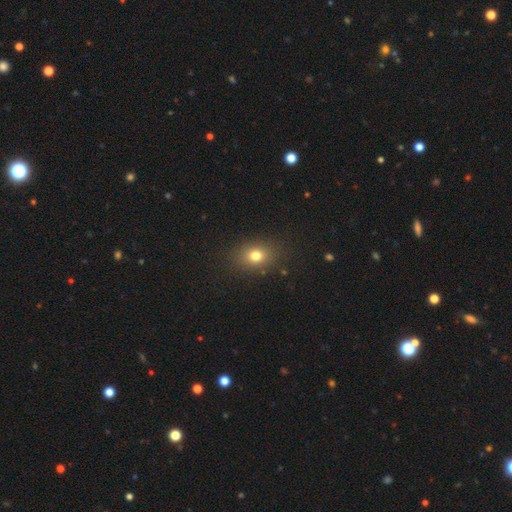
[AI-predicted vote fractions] smooth_or_featured: smooth (p=0.76) [alt: star or artifact p=0.14]
how_rounded: in between (p=0.55) [alt: round p=0.44]
merging: none (p=0.85) [alt: minor disturbance p=0.10]